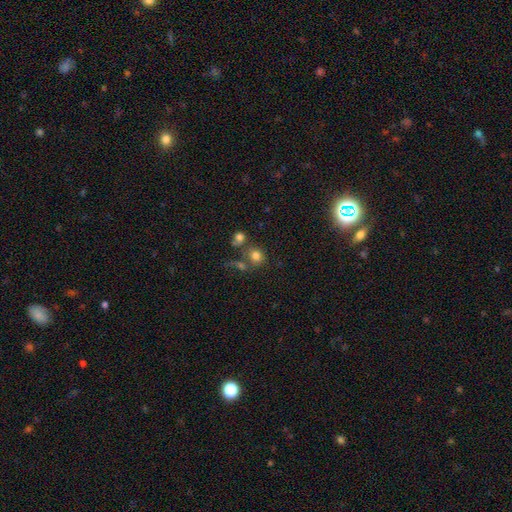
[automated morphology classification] type=smooth (76%); roundness=round (74%); merging=none (55%).